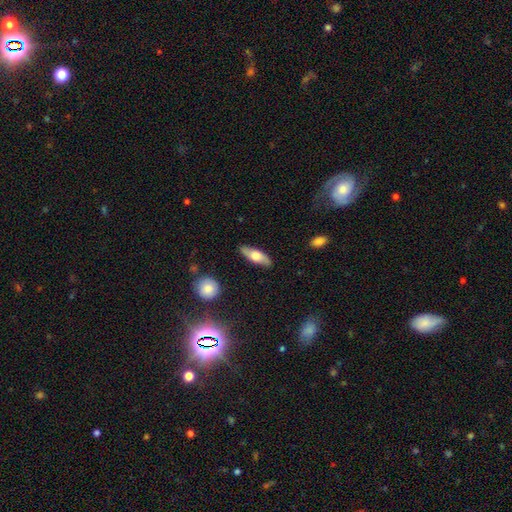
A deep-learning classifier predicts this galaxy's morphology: smooth 59%, featured or disk 35%, star or artifact 6%. Down the decision tree: how rounded — in between (63%); merging — none (85%).